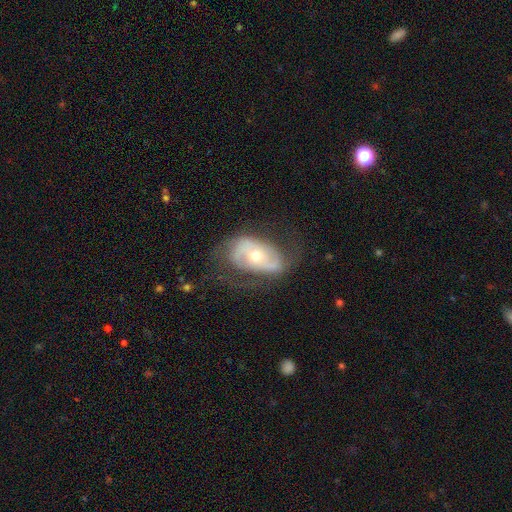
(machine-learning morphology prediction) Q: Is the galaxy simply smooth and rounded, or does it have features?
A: featured or disk — 72%.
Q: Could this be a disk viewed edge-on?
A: no — 94%.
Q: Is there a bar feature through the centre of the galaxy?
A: no — 59%.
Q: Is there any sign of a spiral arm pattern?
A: yes — 76%.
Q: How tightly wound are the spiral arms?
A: medium — 41%.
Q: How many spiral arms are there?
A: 2 — 72%.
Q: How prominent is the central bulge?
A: moderate — 62%.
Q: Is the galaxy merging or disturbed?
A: none — 60%.